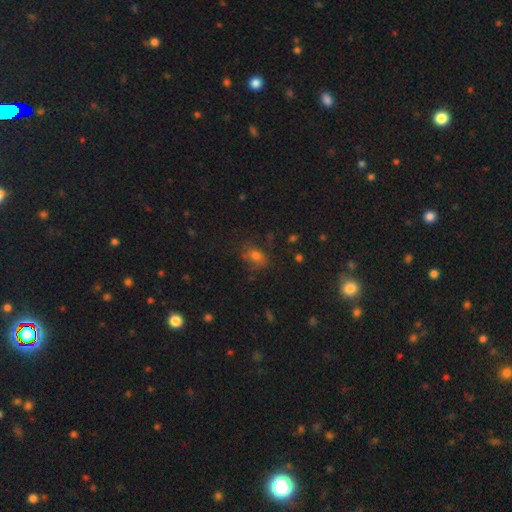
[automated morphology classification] Smooth or featured?
  - smooth: 65% *
  - star or artifact: 20%
  - featured or disk: 15%
How rounded?
  - in between: 62% *
  - round: 36%
  - cigar-shaped: 2%
Merging?
  - none: 61% *
  - minor disturbance: 23%
  - major disturbance: 13%
  - merger: 3%